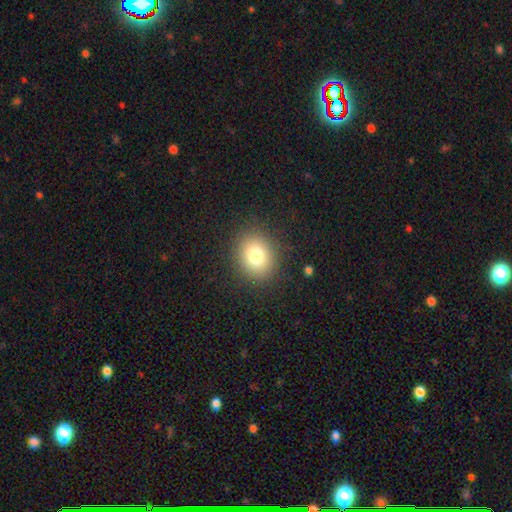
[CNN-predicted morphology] smooth-or-featured: smooth: 79% | star or artifact: 12% | featured or disk: 9%
  how-rounded: round: 65% | in between: 34% | cigar-shaped: 1%
  merging: none: 87% | minor disturbance: 8% | major disturbance: 3% | merger: 1%